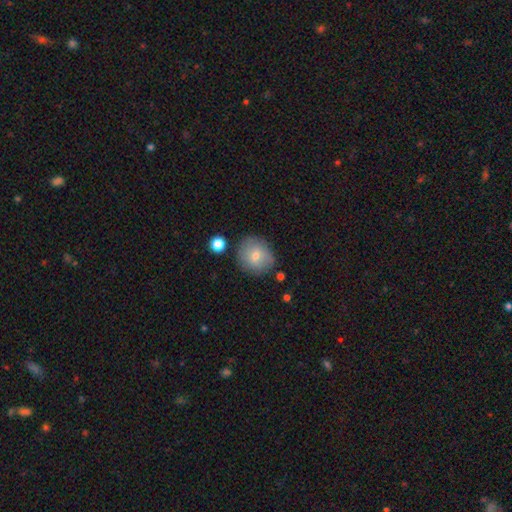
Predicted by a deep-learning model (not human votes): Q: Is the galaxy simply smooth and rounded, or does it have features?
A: smooth — 74%.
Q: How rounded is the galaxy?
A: round — 83%.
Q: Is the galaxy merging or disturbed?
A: none — 81%.